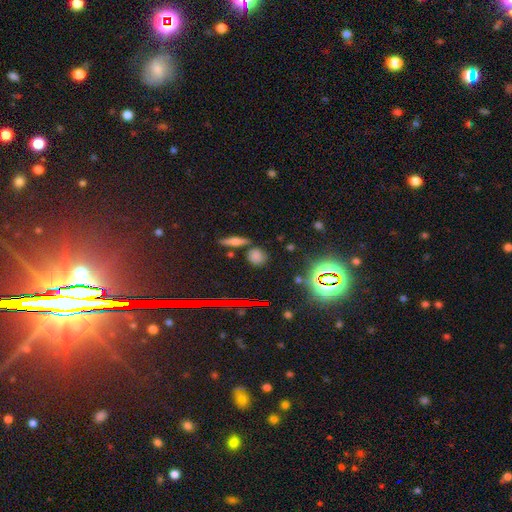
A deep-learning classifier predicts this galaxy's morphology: This is possibly a smooth galaxy (54%). How rounded: possibly round (57%). Merging: likely none (77%).